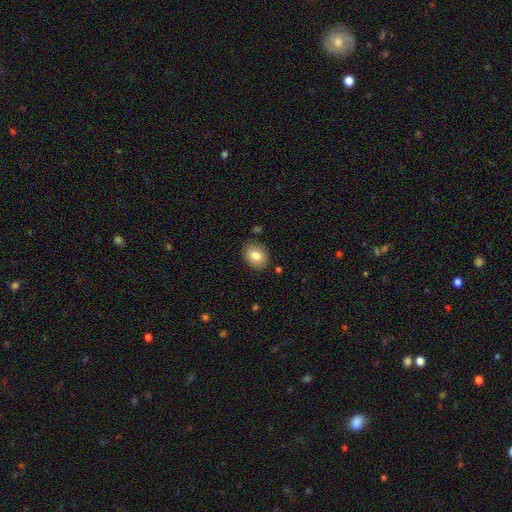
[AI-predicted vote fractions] A smooth galaxy with no disk features (82%) that is in between round and cigar-shaped (57%). Merging: none (86%).